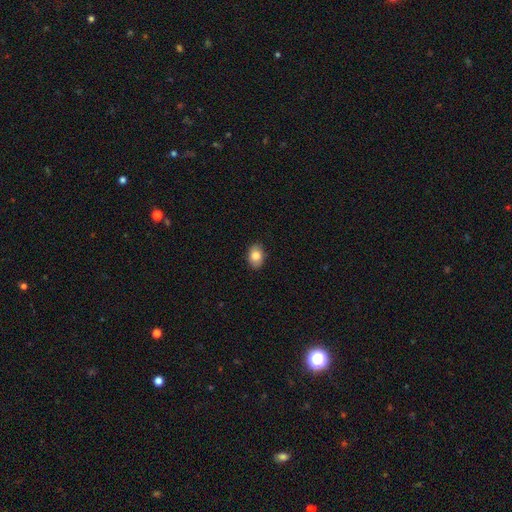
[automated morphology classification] A smooth galaxy with no disk features (83%) that is in between round and cigar-shaped (82%).

Vote fractions:
- Smooth or featured? smooth: 83% / featured or disk: 10% / star or artifact: 8%
- How rounded? in between: 82% / round: 17% / cigar-shaped: 1%
- Merging? none: 88% / minor disturbance: 9% / major disturbance: 2% / merger: 1%